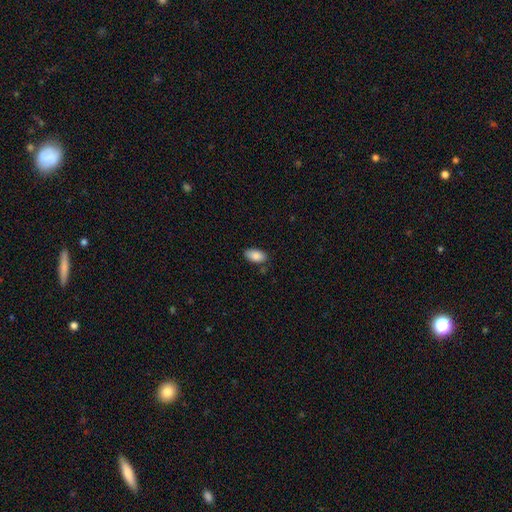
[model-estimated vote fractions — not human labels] A smooth galaxy with no disk features (87%) that is in between round and cigar-shaped (94%).

Vote fractions:
- Smooth or featured? smooth: 87% / star or artifact: 7% / featured or disk: 6%
- How rounded? in between: 94% / round: 4% / cigar-shaped: 3%
- Merging? none: 82% / minor disturbance: 13% / major disturbance: 3% / merger: 3%